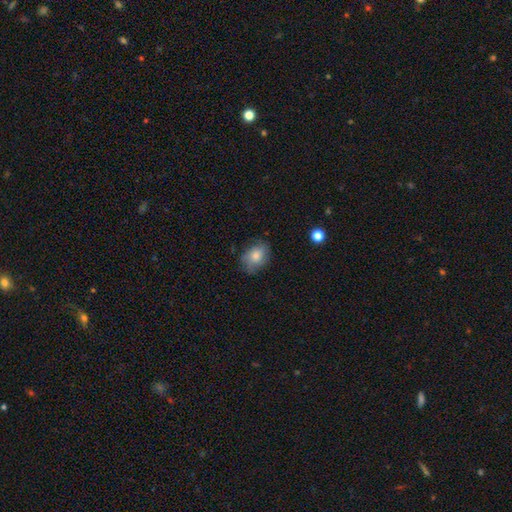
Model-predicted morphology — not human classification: Smooth or featured? Predicted: smooth (p=0.74). How rounded? Predicted: in between (p=0.61). Merging? Predicted: none (p=0.73).